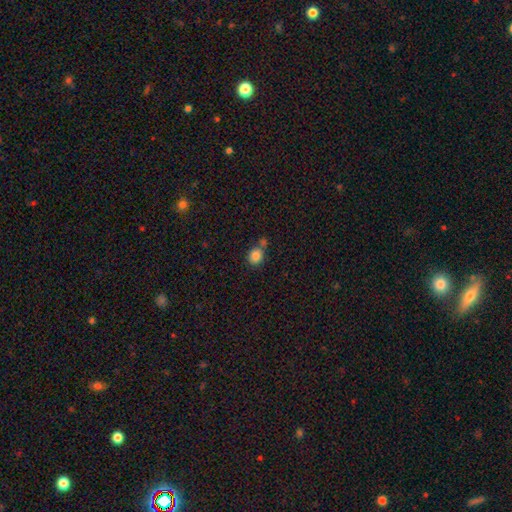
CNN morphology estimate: A smooth galaxy with no disk features (85%) that is round (66%). Merging: none (55%).